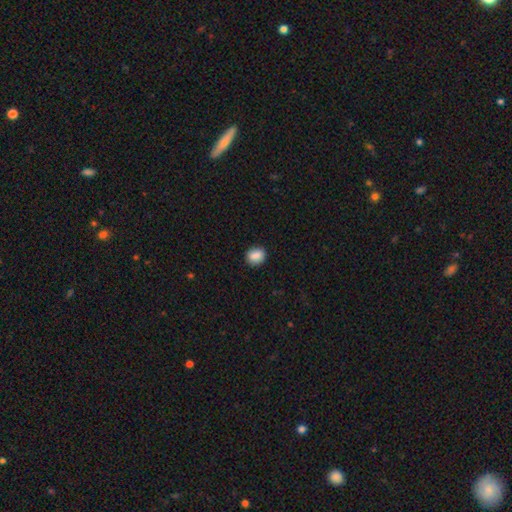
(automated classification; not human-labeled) The model was most divided on "how rounded": round: 62%, in between: 37%, cigar-shaped: 1%. More confident: smooth or featured — smooth (88%); merging — none (88%).